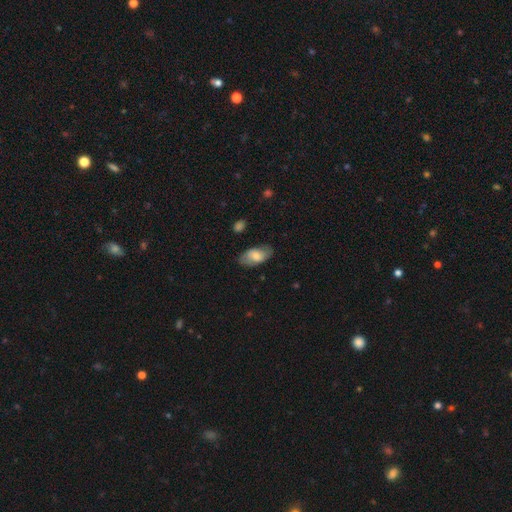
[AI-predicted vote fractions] This appears to be a smooth galaxy with no disk features (67%) that is in between round and cigar-shaped (93%). Merging: none (77%).